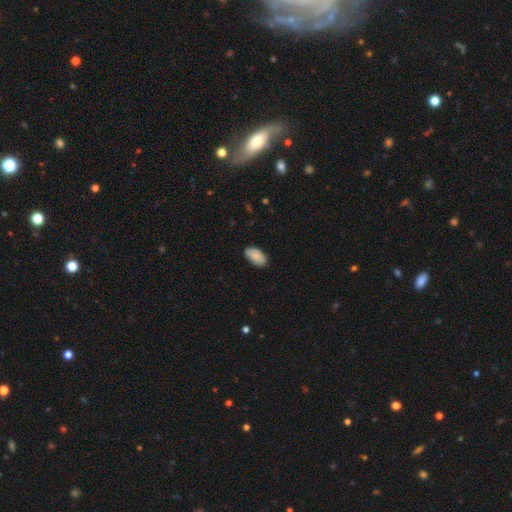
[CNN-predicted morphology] Overall: smooth (87%). How rounded: in between (95%). Merging: none (85%).